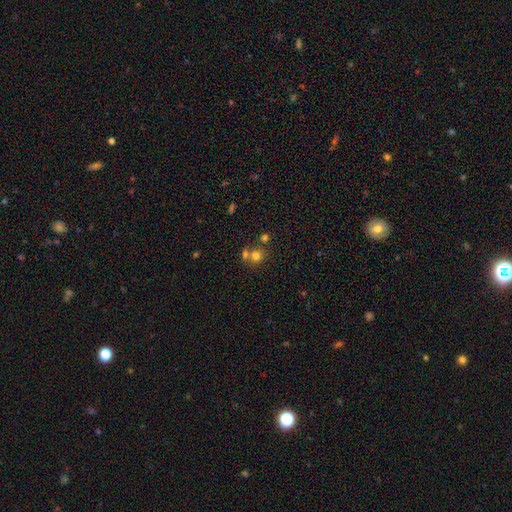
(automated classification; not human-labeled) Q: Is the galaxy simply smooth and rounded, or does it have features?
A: smooth — 72%.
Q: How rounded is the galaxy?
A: round — 82%.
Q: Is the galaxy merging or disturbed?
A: none — 51%.